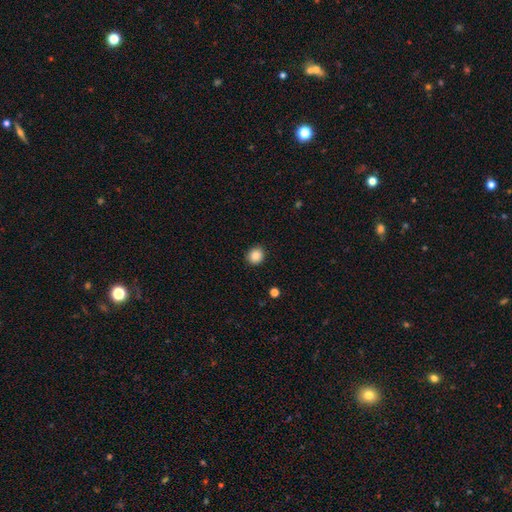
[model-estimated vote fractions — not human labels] Smooth or featured? smooth (87%)
How rounded? round (84%)
Merging? none (90%)